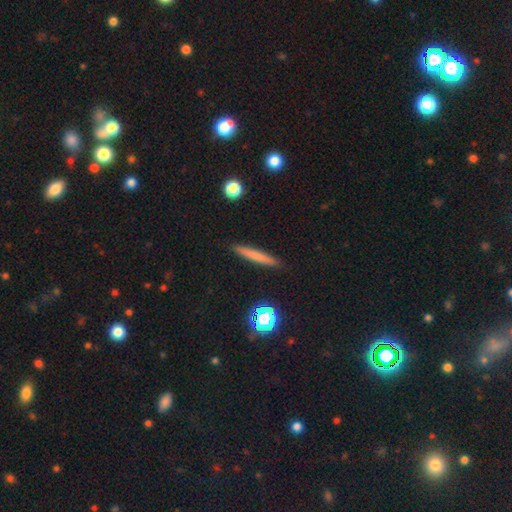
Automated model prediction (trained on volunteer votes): Morphology: type=smooth (67%); roundness=cigar-shaped (95%); merging=none (91%).